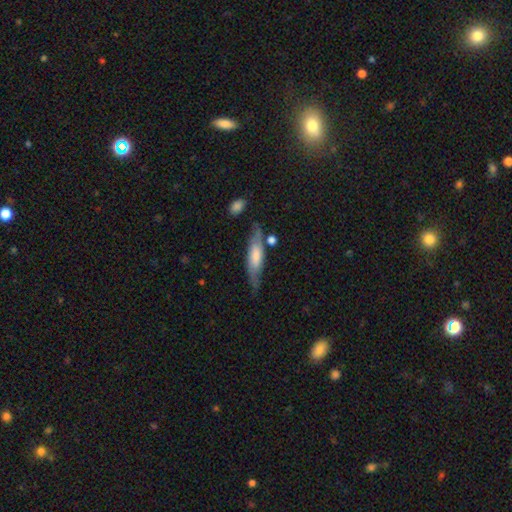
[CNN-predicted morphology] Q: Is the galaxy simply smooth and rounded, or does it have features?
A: smooth — 53%.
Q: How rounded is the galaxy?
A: cigar-shaped — 62%.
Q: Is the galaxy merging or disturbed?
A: none — 66%.